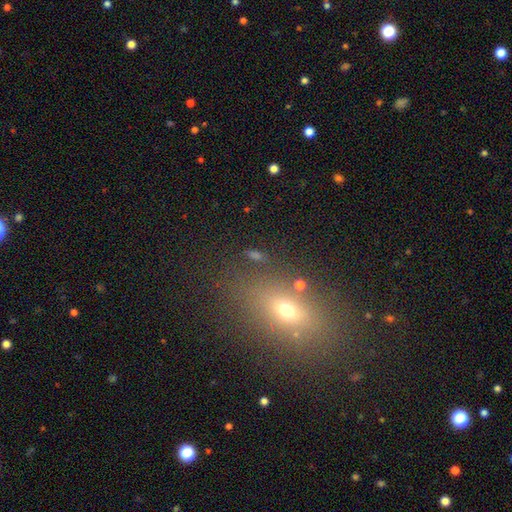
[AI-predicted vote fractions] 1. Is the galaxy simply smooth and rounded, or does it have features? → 53% smooth, 29% star or artifact, 18% featured or disk.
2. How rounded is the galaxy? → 65% in between, 23% round, 12% cigar-shaped.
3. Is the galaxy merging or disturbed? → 73% none, 12% minor disturbance, 7% merger, 7% major disturbance.